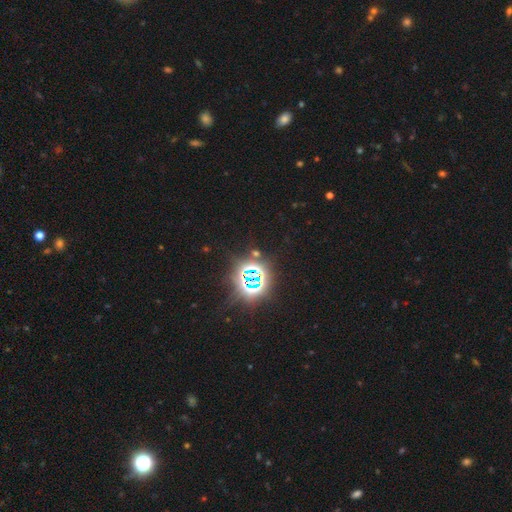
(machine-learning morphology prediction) smooth_or_featured: star or artifact (p=0.80) [alt: smooth p=0.12]